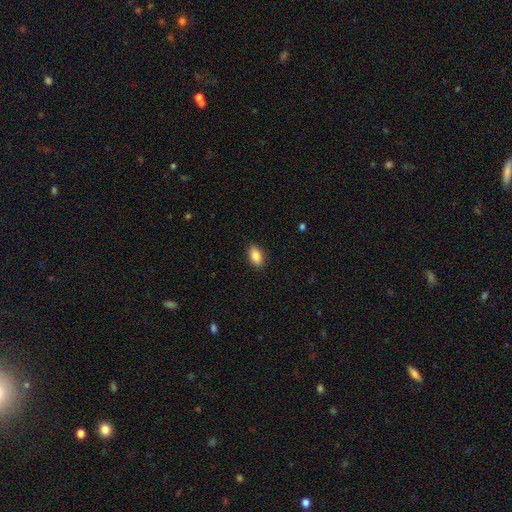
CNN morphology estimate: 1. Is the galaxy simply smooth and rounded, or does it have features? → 87% smooth, 7% star or artifact, 6% featured or disk.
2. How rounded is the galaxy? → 91% in between, 5% round, 4% cigar-shaped.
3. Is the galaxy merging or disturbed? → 89% none, 8% minor disturbance, 2% major disturbance, 1% merger.